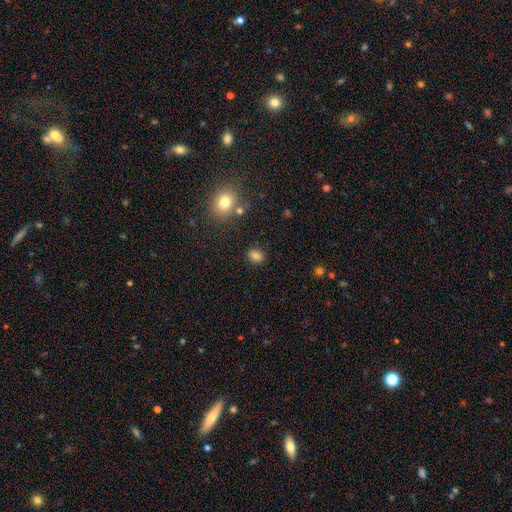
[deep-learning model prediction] Smooth or featured? smooth (81%)
How rounded? in between (52%)
Merging? none (85%)